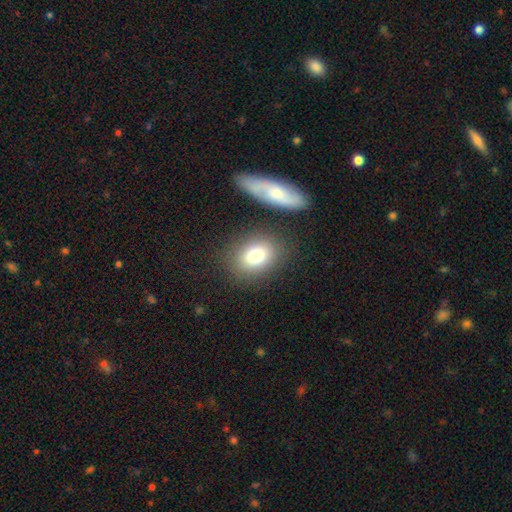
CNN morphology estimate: Smooth or featured? smooth (78%)
How rounded? in between (57%)
Merging? none (80%)